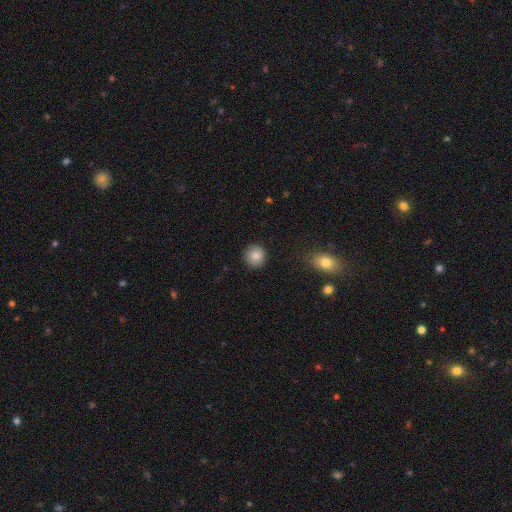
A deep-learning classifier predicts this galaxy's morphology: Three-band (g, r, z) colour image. It shows a smooth galaxy with no disk features (83%) that is round (90%). Merging: none (89%).